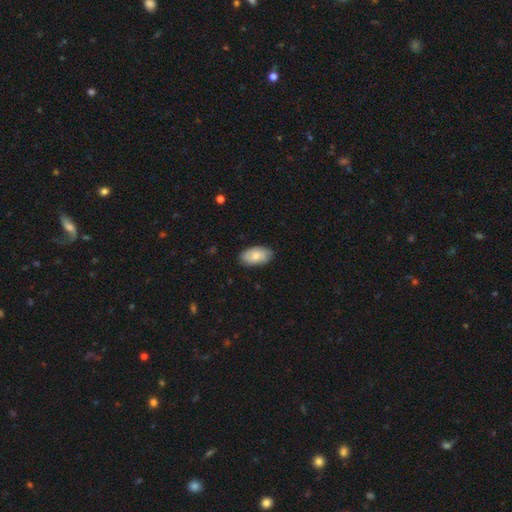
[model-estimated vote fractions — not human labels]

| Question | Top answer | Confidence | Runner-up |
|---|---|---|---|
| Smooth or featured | smooth | 77% | featured or disk (17%) |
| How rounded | in between | 94% | round (4%) |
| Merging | none | 82% | minor disturbance (14%) |